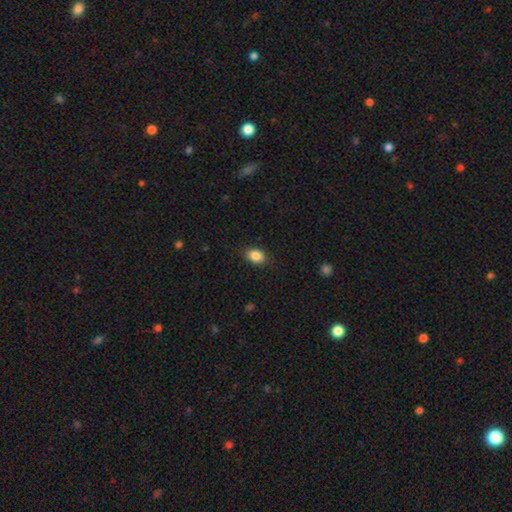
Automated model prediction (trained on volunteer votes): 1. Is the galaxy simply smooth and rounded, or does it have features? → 87% smooth, 8% star or artifact, 5% featured or disk.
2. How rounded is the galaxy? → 81% in between, 17% round, 1% cigar-shaped.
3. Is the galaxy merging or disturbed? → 88% none, 9% minor disturbance, 2% major disturbance, 1% merger.